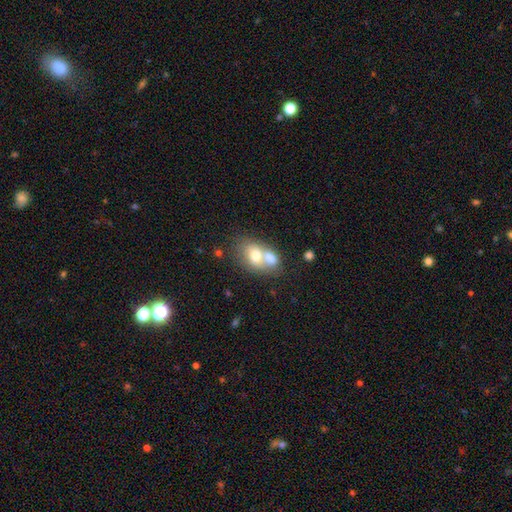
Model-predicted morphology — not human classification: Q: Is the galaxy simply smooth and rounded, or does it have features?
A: smooth — 68%.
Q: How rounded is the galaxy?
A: in between — 70%.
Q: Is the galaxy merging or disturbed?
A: merger — 65%.